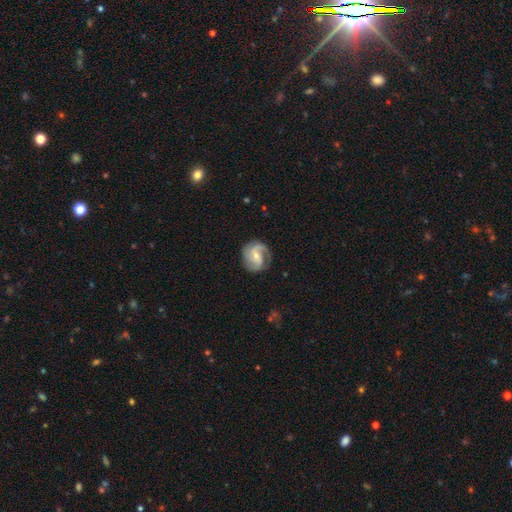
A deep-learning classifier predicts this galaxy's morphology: Smooth or featured? featured or disk (84%)
Edge-on disk? no (98%)
Bar? weak (48%)
Spiral arms? yes (97%)
Spiral winding? medium (49%)
Spiral arm count? 2 (68%)
Bulge size? small (57%)
Merging? none (74%)